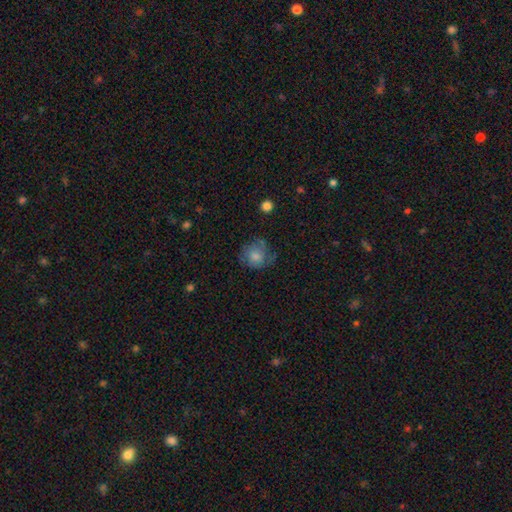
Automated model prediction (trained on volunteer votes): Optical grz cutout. It shows a smooth galaxy with no disk features (69%) that is round (81%). Merging: none (57%).